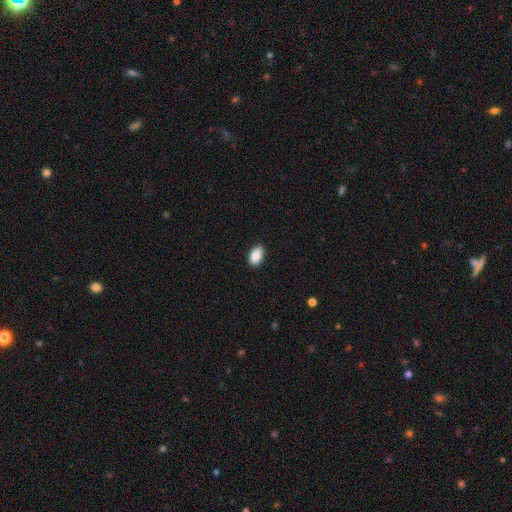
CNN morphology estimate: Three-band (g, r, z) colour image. It shows a smooth galaxy with no disk features (89%) that is in between round and cigar-shaped (93%). Merging: none (89%).